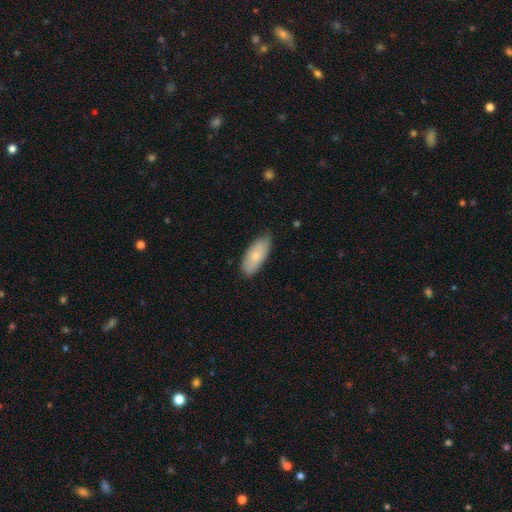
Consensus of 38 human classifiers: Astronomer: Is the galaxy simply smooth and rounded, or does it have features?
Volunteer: smooth — 76%.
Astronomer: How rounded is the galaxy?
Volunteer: in between — 83%.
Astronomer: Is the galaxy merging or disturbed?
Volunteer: none — 72%.